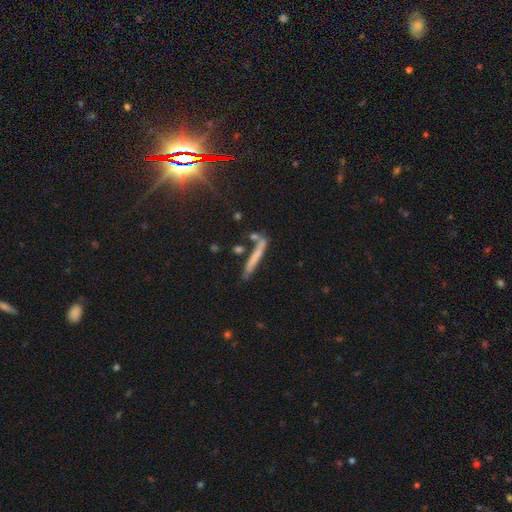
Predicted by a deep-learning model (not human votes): smooth_or_featured: smooth (p=0.56) [alt: featured or disk p=0.33]
how_rounded: cigar-shaped (p=0.94) [alt: in between p=0.04]
merging: none (p=0.65) [alt: minor disturbance p=0.16]